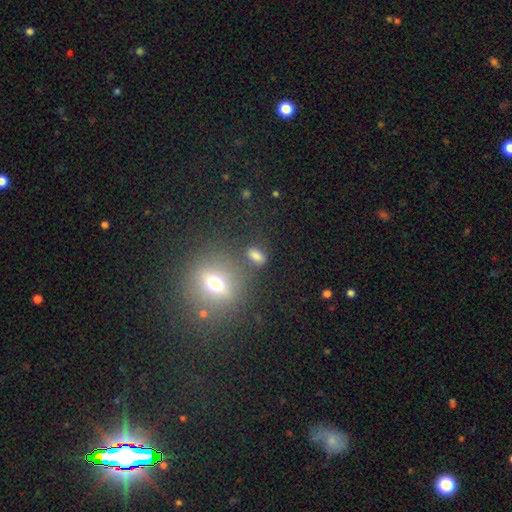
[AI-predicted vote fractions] Smooth or featured: smooth — 73% (star or artifact — 17%)
How rounded: in between — 76% (round — 16%)
Merging: none — 65% (minor disturbance — 15%)